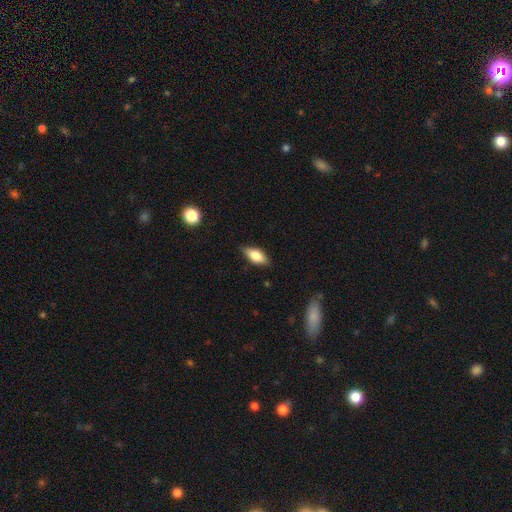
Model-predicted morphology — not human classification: Q: Smooth or featured?
A: smooth (78%); runner-up: featured or disk (15%)
Q: How rounded?
A: in between (85%); runner-up: cigar-shaped (12%)
Q: Merging?
A: none (79%); runner-up: minor disturbance (17%)